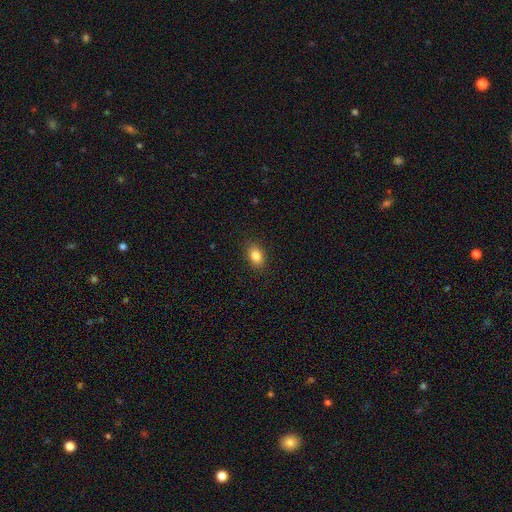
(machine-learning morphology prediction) Overall: smooth (85%). How rounded: in between (85%). Merging: none (89%).